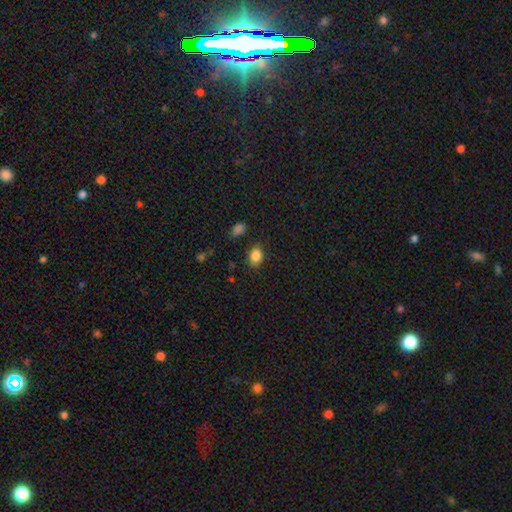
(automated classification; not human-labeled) This appears to be a smooth galaxy with no disk features (86%) that is in between round and cigar-shaped (64%). Merging: none (83%).